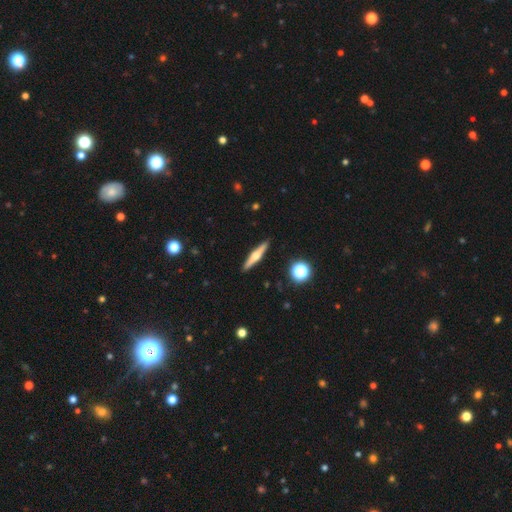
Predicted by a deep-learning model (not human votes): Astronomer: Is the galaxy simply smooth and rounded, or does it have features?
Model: featured or disk — 62%.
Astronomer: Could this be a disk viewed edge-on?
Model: yes — 97%.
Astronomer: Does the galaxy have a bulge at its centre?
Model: rounded — 92%.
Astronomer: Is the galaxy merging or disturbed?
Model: none — 91%.